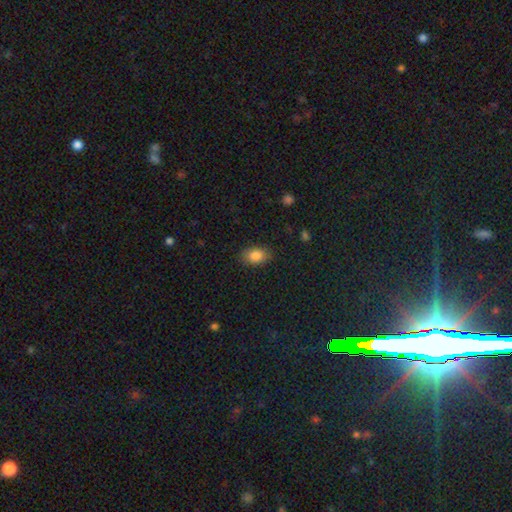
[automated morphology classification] smooth-or-featured: smooth: 85% | star or artifact: 9% | featured or disk: 6%
  how-rounded: in between: 82% | round: 17% | cigar-shaped: 1%
  merging: none: 84% | minor disturbance: 12% | major disturbance: 3% | merger: 1%